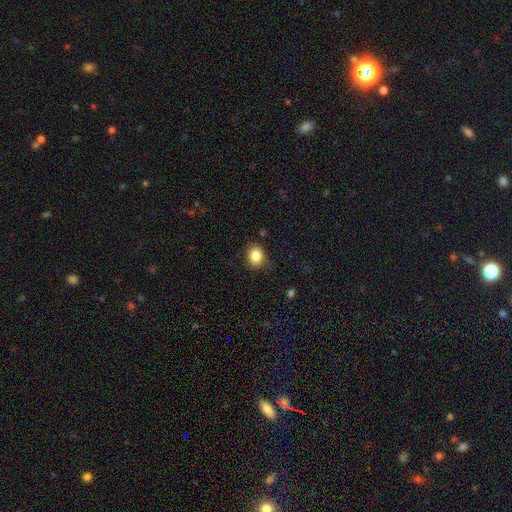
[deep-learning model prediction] A smooth galaxy with no disk features (85%) that is round (55%). Merging: none (80%).